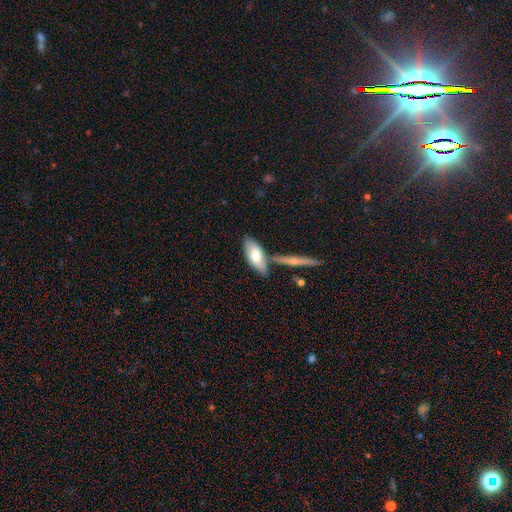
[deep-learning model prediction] smooth-or-featured: smooth: 69% | featured or disk: 25% | star or artifact: 5%
  how-rounded: in between: 78% | cigar-shaped: 19% | round: 3%
  merging: none: 64% | merger: 17% | minor disturbance: 15% | major disturbance: 4%